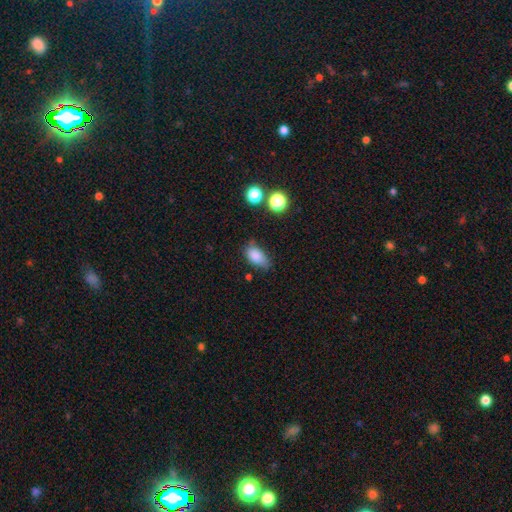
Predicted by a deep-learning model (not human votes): smooth-or-featured: smooth: 83% | star or artifact: 9% | featured or disk: 8%
  how-rounded: in between: 88% | round: 7% | cigar-shaped: 4%
  merging: none: 56% | minor disturbance: 33% | major disturbance: 8% | merger: 4%